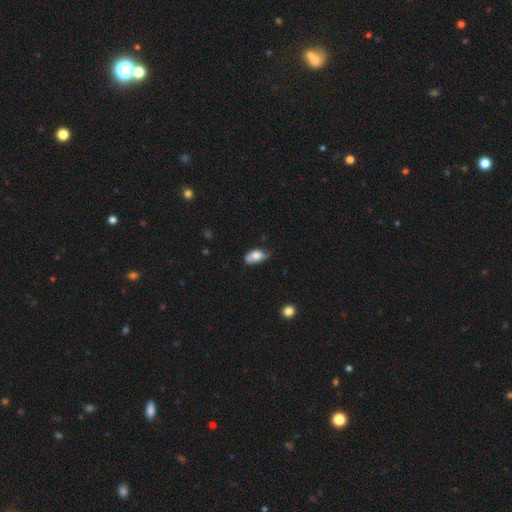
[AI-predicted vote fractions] This is likely a smooth galaxy (73%). How rounded: clearly in between (90%). Merging: marginally none (44%).